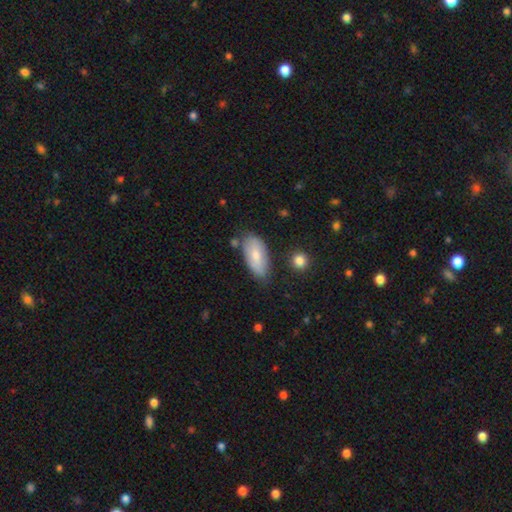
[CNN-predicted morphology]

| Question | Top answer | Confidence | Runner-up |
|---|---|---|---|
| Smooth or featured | smooth | 71% | featured or disk (22%) |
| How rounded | in between | 91% | cigar-shaped (6%) |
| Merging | none | 69% | minor disturbance (22%) |